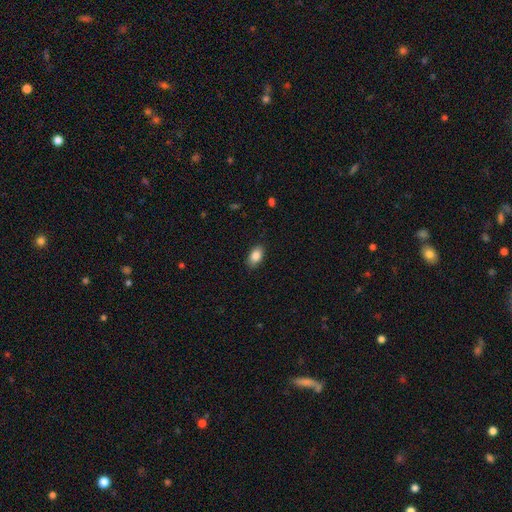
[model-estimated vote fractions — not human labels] A smooth galaxy with no disk features (86%) that is in between round and cigar-shaped (91%). Merging: none (87%).